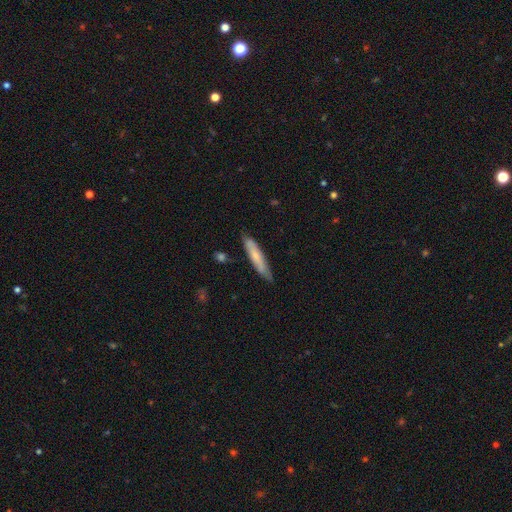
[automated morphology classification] Overall: smooth (62%; featured or disk 32%). How rounded: cigar-shaped (88%). Merging: none (80%).